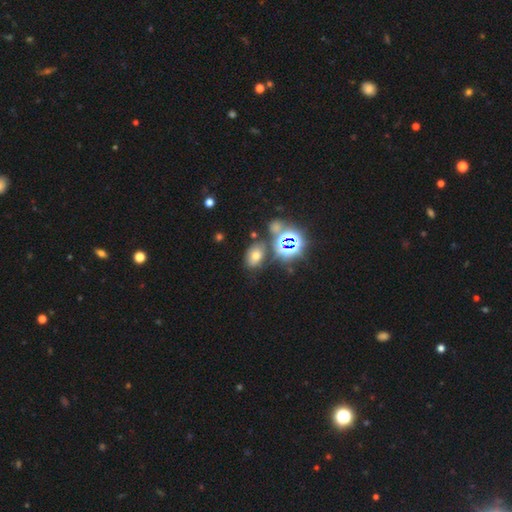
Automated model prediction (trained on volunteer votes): Overall: smooth (52%; star or artifact 33%). How rounded: in between (78%). Merging: none (71%).